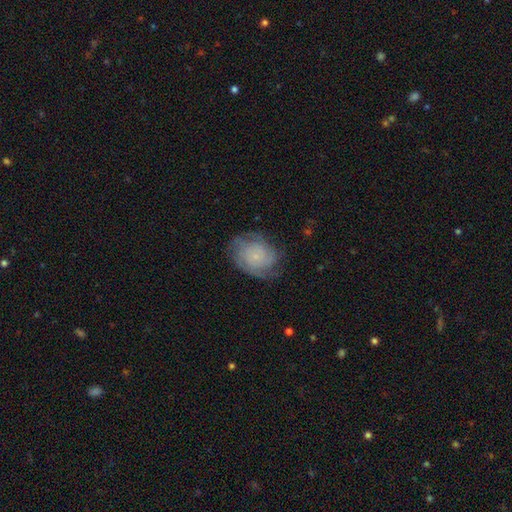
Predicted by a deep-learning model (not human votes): The model was most divided on "spiral arm count": can't tell: 38%, 2: 21%, 3: 19%, 4: 10%, 1: 6%, more than 4: 6%. More confident: edge-on disk — no (98%); spiral arms — yes (92%); bar — no (82%); bulge size — small (74%); merging — none (69%); smooth or featured — featured or disk (67%); spiral winding — tight (60%).